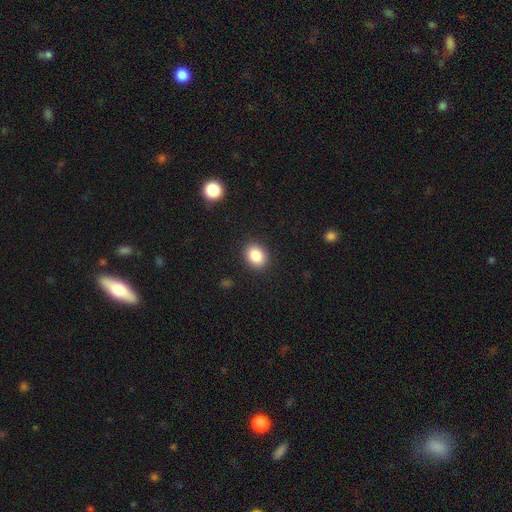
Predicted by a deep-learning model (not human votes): Smooth or featured? smooth (86%)
How rounded? in between (54%)
Merging? none (89%)